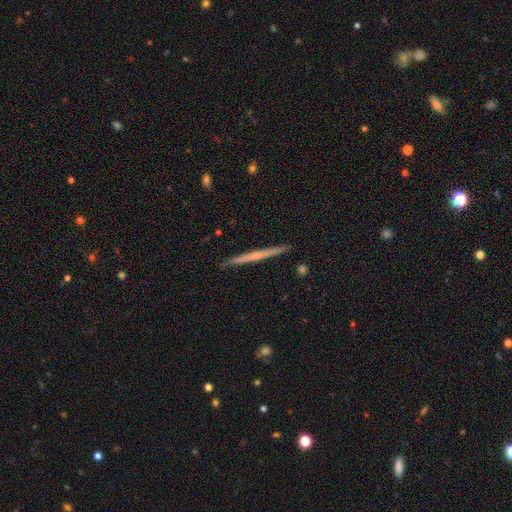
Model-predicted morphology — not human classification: Smooth or featured? Predicted: featured or disk (p=0.64). Edge-on disk? Predicted: yes (p=0.98). Edge-on bulge? Predicted: none (p=0.63). Merging? Predicted: none (p=0.92).